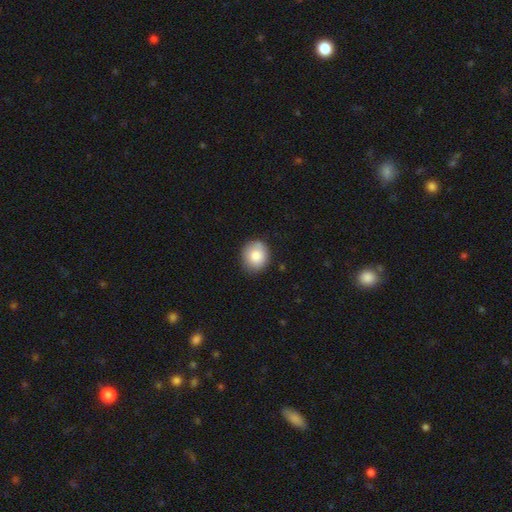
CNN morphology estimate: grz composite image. It shows a smooth galaxy with no disk features (84%) that is round (72%). Merging: none (81%).